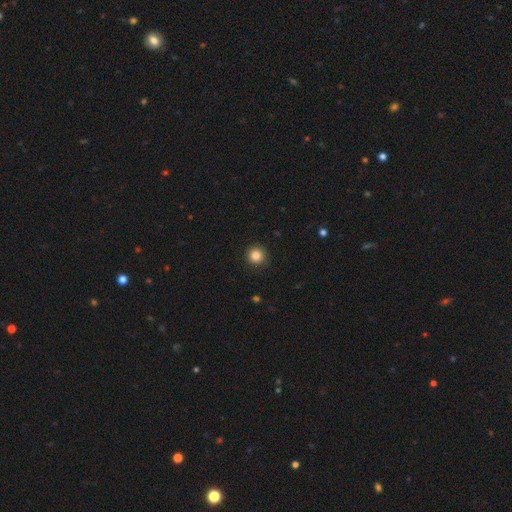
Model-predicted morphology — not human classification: This appears to be a smooth galaxy with no disk features (83%) that is round (95%). Merging: none (91%).